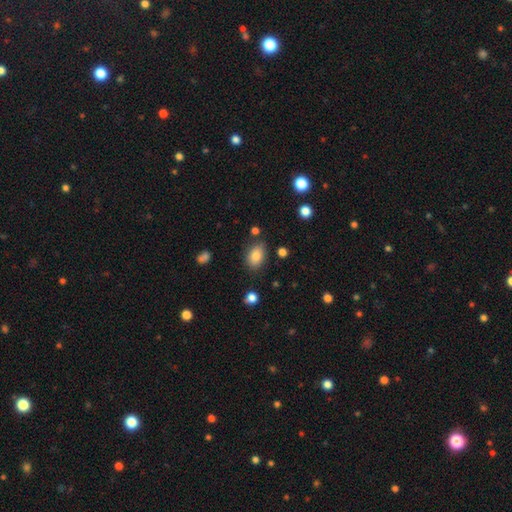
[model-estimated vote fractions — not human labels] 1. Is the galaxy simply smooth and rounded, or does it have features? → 83% smooth, 9% star or artifact, 9% featured or disk.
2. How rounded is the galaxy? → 84% in between, 14% round, 1% cigar-shaped.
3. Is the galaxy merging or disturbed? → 77% none, 16% minor disturbance, 4% major disturbance, 3% merger.